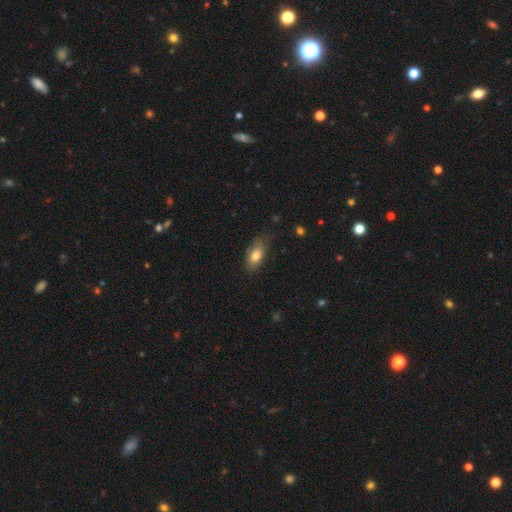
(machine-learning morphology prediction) This appears to be a smooth galaxy with no disk features (78%) that is in between round and cigar-shaped (88%). Merging: none (66%).